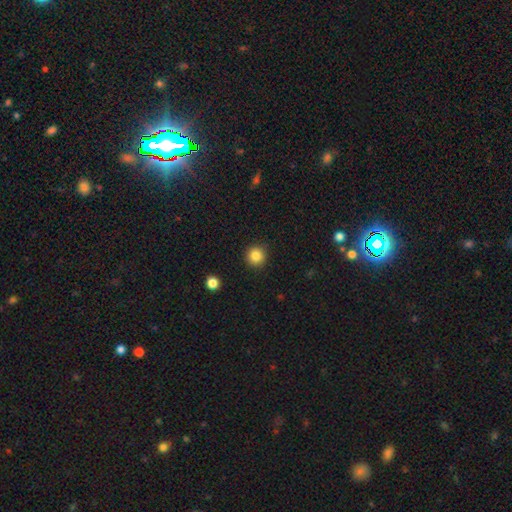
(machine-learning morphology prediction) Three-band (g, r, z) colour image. It shows a smooth galaxy with no disk features (86%) that is round (94%). Merging: none (92%).